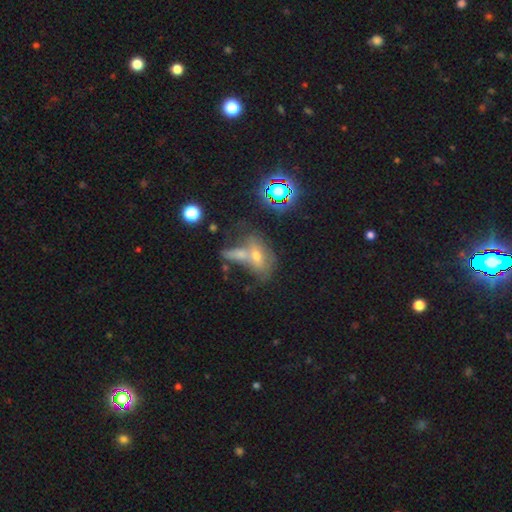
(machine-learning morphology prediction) This is marginally a featured or disk galaxy (35%, tied with smooth). Merging: possibly merger (53%).